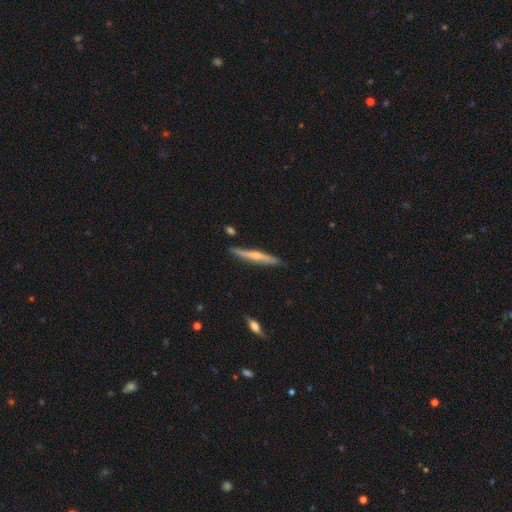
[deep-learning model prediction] A featured or disk galaxy (60%) viewed edge-on (94%) with a rounded central bulge (71%). Merging: none (80%).